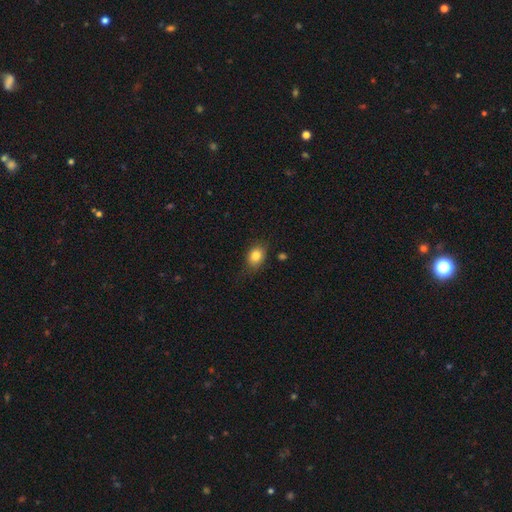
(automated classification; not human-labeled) Smooth or featured? Predicted: smooth (p=0.82). How rounded? Predicted: in between (p=0.65). Merging? Predicted: none (p=0.74).